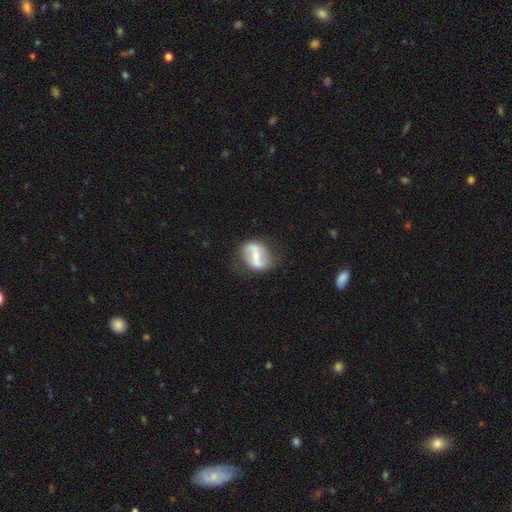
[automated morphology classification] Smooth or featured: featured or disk — 71% (smooth — 22%)
Edge-on disk: no — 94% (yes — 6%)
Bar: strong — 69% (weak — 22%)
Spiral arms: yes — 65% (no — 35%)
Bulge size: small — 48% (moderate — 31%)
Merging: none — 68% (minor disturbance — 20%)